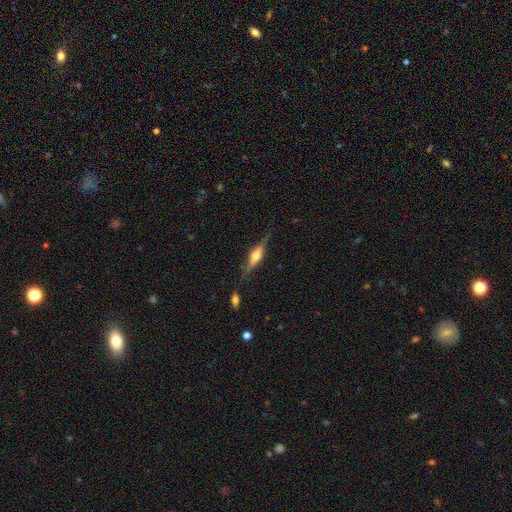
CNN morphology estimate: featured or disk 77%, smooth 17%, star or artifact 6%. Down the decision tree: edge-on disk — yes (97%); edge-on bulge — rounded (90%); merging — none (81%).